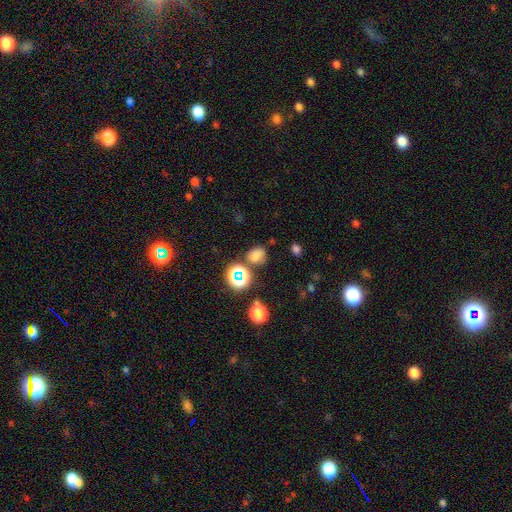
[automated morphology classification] smooth-or-featured: smooth: 68% | star or artifact: 25% | featured or disk: 7%
  how-rounded: round: 56% | in between: 43% | cigar-shaped: 1%
  merging: none: 66% | minor disturbance: 17% | merger: 9% | major disturbance: 7%